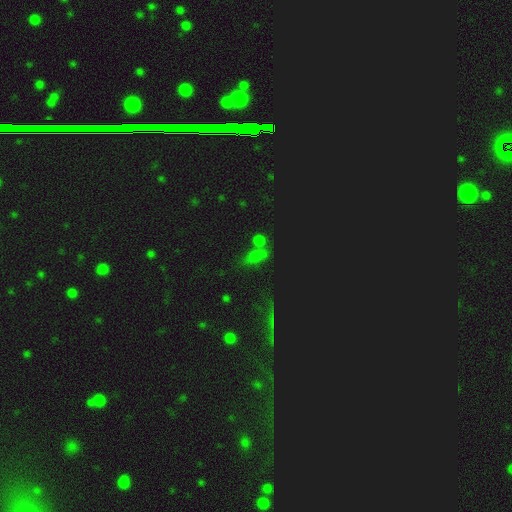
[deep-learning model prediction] Smooth or featured?
  - smooth: 52% *
  - star or artifact: 37%
  - featured or disk: 11%
How rounded?
  - in between: 58% *
  - round: 27%
  - cigar-shaped: 15%
Merging?
  - none: 47% *
  - merger: 30%
  - minor disturbance: 14%
  - major disturbance: 9%